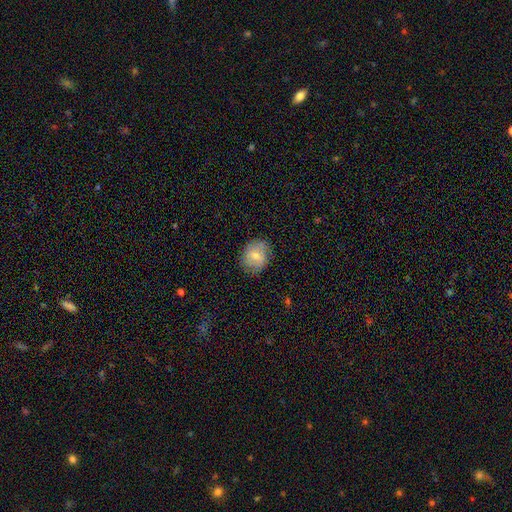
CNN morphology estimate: type=smooth (63%); roundness=round (66%); merging=none (77%).